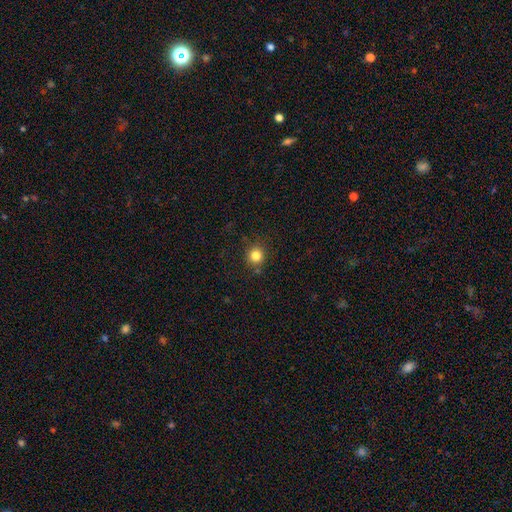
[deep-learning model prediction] This is clearly a smooth galaxy (82%). How rounded: clearly round (92%). Merging: clearly none (87%).